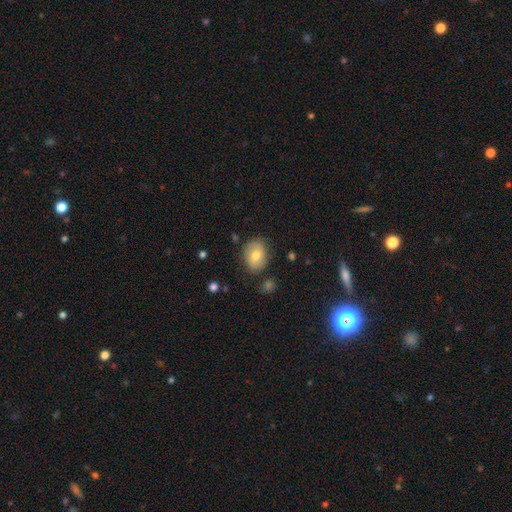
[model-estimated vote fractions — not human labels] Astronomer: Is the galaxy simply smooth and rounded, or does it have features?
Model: smooth — 70%.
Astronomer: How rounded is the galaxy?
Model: in between — 62%.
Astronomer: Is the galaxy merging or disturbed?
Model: none — 79%.